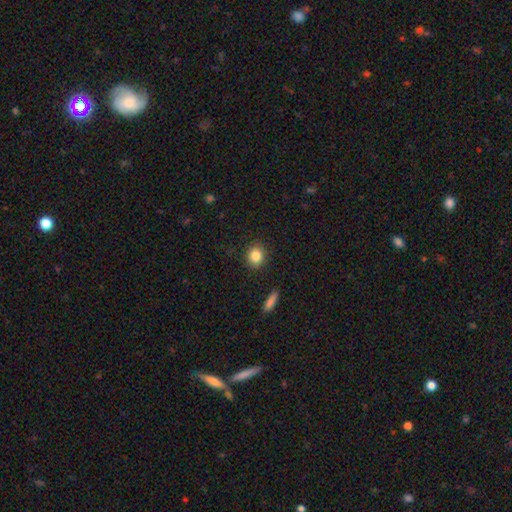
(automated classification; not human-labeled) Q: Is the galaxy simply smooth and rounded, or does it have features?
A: smooth — 84%.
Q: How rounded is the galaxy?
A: round — 76%.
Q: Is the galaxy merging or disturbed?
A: none — 89%.